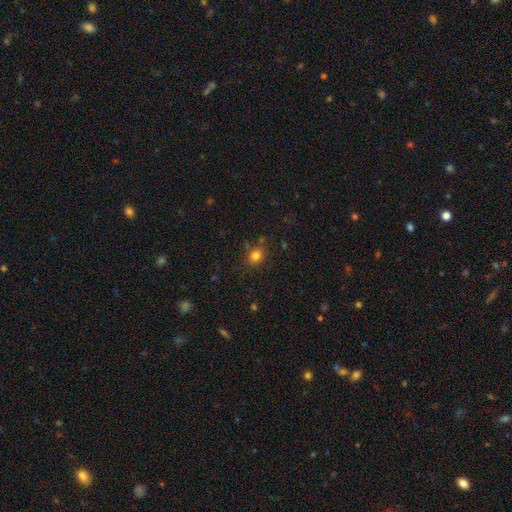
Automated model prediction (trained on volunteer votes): Morphology: type=smooth (79%); roundness=round (71%); merging=none (79%).